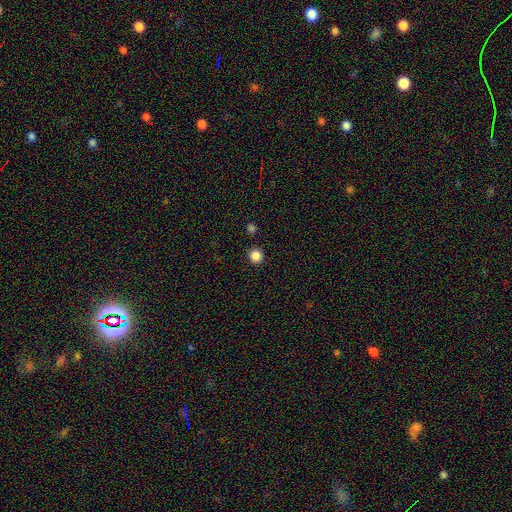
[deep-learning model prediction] Smooth or featured? smooth (86%)
How rounded? round (87%)
Merging? none (90%)